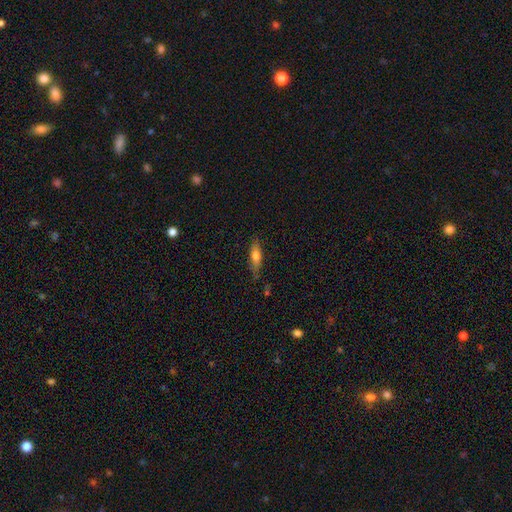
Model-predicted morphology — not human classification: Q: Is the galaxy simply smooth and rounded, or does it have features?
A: smooth — 66%.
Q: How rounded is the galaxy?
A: cigar-shaped — 53%.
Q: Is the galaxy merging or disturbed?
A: none — 77%.